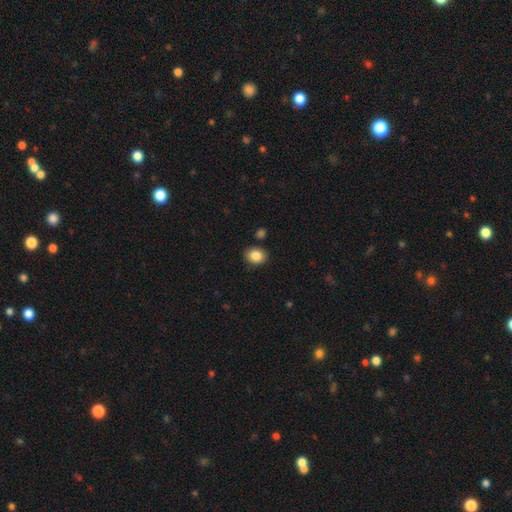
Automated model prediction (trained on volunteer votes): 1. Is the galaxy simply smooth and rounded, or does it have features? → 86% smooth, 9% star or artifact, 5% featured or disk.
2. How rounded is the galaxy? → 56% round, 43% in between, 1% cigar-shaped.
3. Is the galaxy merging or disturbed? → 87% none, 8% minor disturbance, 3% merger, 2% major disturbance.